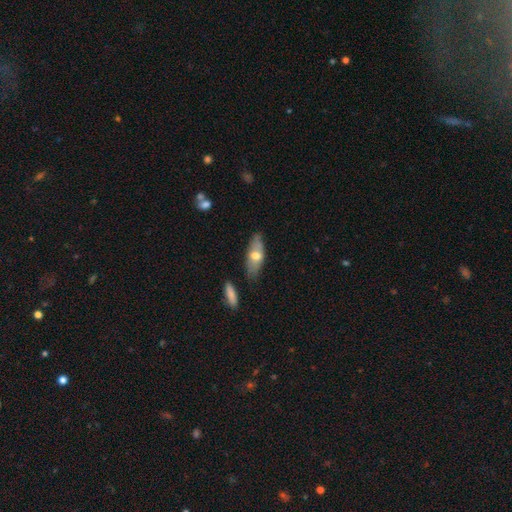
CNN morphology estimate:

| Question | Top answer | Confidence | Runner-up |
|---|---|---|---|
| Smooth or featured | smooth | 58% | featured or disk (35%) |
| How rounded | in between | 73% | cigar-shaped (23%) |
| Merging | none | 73% | minor disturbance (19%) |